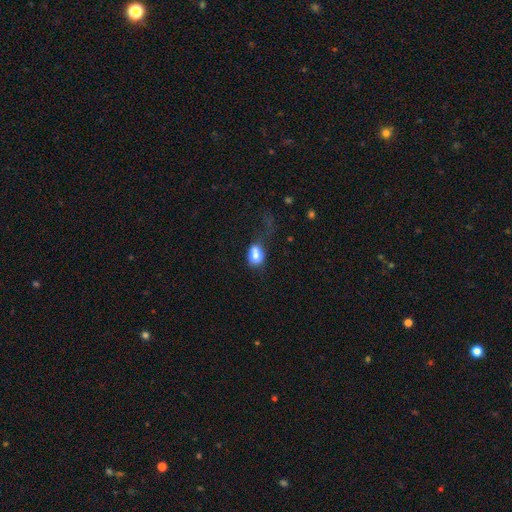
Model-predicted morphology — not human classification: smooth_or_featured: smooth (p=0.79) [alt: featured or disk p=0.12]
how_rounded: in between (p=0.65) [alt: round p=0.33]
merging: none (p=0.29) [alt: major disturbance p=0.28]